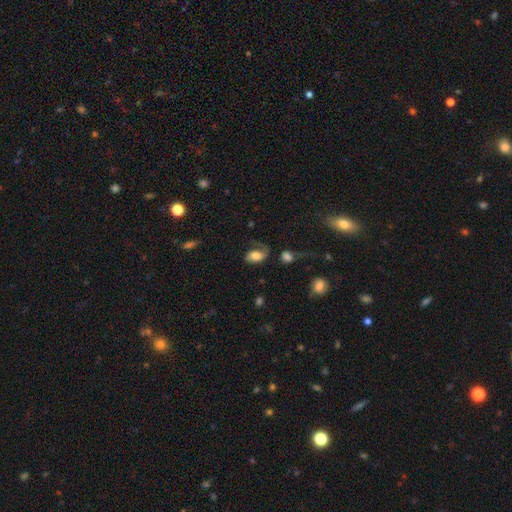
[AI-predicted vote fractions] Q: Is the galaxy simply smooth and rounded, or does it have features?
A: smooth — 51%.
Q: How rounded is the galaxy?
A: in between — 88%.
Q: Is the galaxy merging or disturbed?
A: none — 43%.